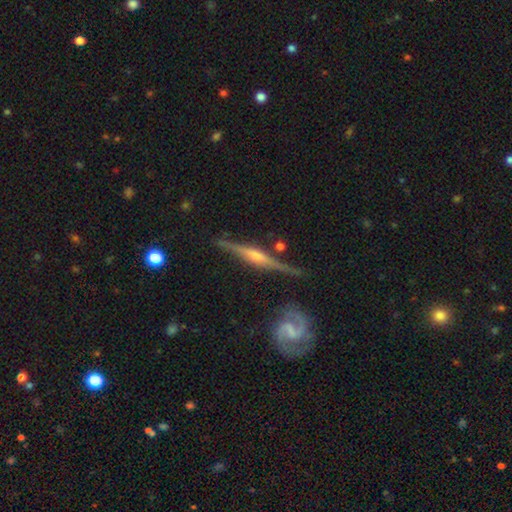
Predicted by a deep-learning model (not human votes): smooth-or-featured: featured or disk: 85% | smooth: 9% | star or artifact: 5%
  disk-edge-on: yes: 95% | no: 5%
    edge-on-bulge: rounded: 67% | boxy: 18% | none: 14%
  merging: none: 79% | minor disturbance: 14% | merger: 4% | major disturbance: 3%